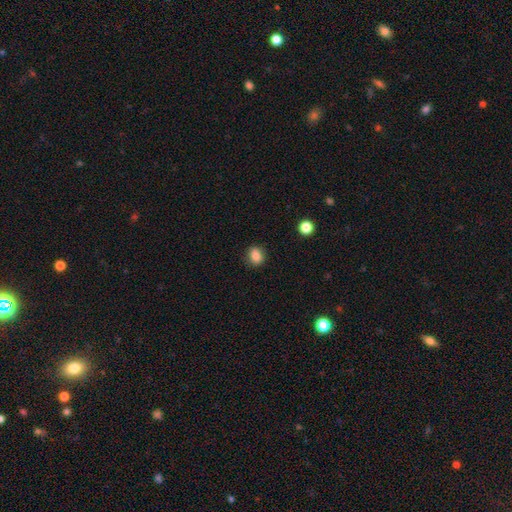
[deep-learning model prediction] smooth_or_featured: smooth (p=0.85) [alt: star or artifact p=0.10]
how_rounded: round (p=0.53) [alt: in between p=0.46]
merging: none (p=0.86) [alt: minor disturbance p=0.11]